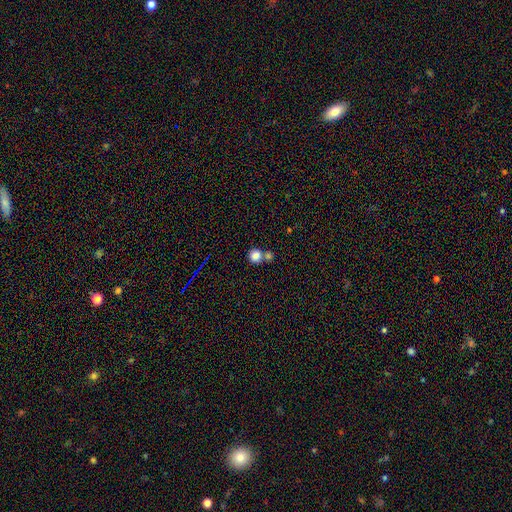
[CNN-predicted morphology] Smooth or featured: smooth — 82% (star or artifact — 11%)
How rounded: round — 90% (in between — 9%)
Merging: none — 53% (merger — 37%)